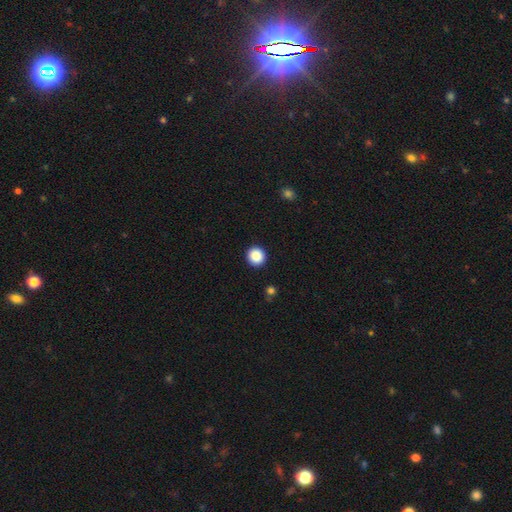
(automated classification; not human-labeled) A smooth galaxy with no disk features (88%) that is round (94%).

Vote fractions:
- Smooth or featured? smooth: 88% / star or artifact: 9% / featured or disk: 3%
- How rounded? round: 94% / in between: 5% / cigar-shaped: 1%
- Merging? none: 93% / minor disturbance: 4% / major disturbance: 2% / merger: 1%